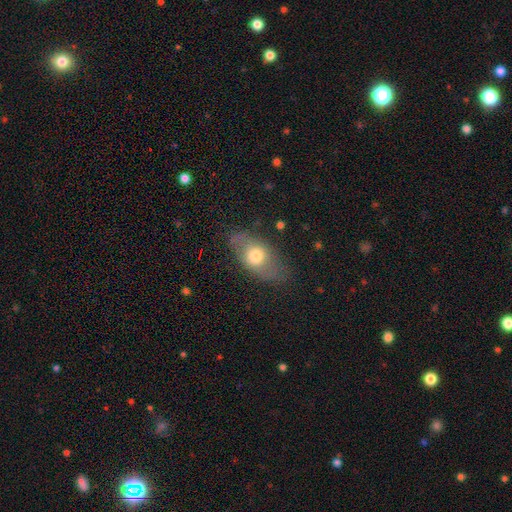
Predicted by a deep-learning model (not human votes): A smooth galaxy with no disk features (60%) that is in between round and cigar-shaped (83%). Merging: none (74%).